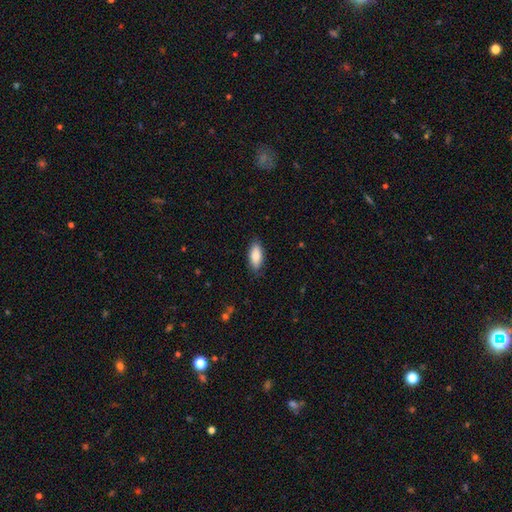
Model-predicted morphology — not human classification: type=smooth (86%); roundness=in between (84%); merging=none (84%).